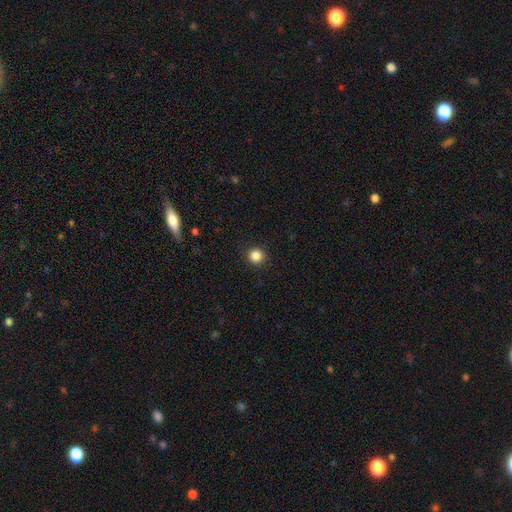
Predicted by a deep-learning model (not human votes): Smooth or featured: smooth — 85% (star or artifact — 12%)
How rounded: round — 95% (in between — 4%)
Merging: none — 92% (minor disturbance — 5%)